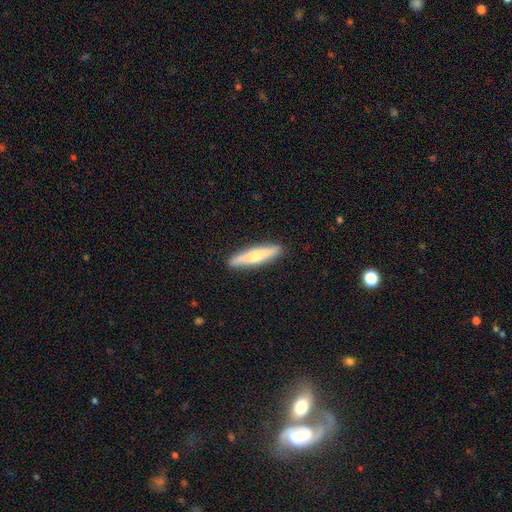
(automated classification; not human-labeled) Smooth or featured? Predicted: smooth (p=0.53). How rounded? Predicted: cigar-shaped (p=0.87). Merging? Predicted: none (p=0.91).